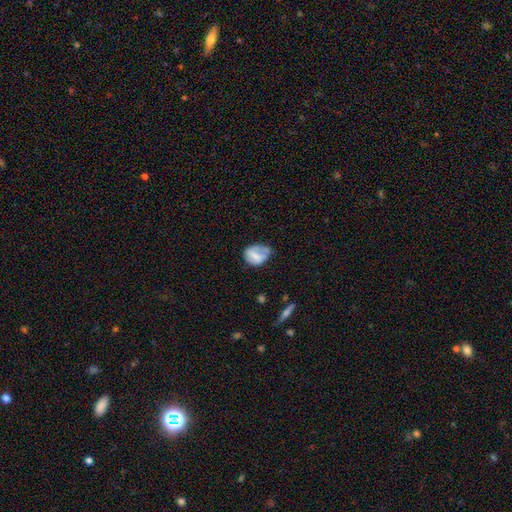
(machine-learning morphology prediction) A smooth galaxy with no disk features (59%) that is in between round and cigar-shaped (54%).

Vote fractions:
- Smooth or featured? smooth: 59% / featured or disk: 32% / star or artifact: 8%
- How rounded? in between: 54% / round: 44% / cigar-shaped: 1%
- Merging? none: 39% / minor disturbance: 35% / major disturbance: 18% / merger: 8%